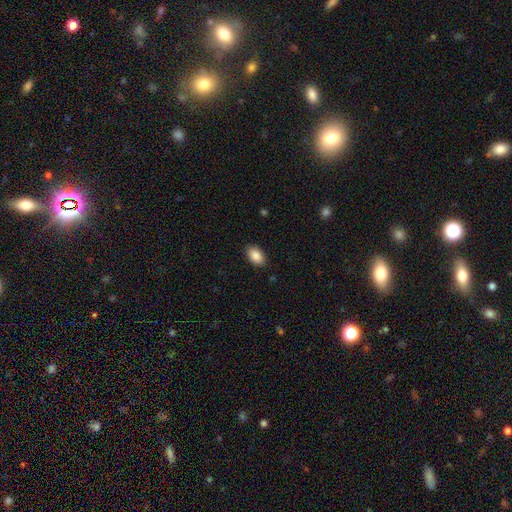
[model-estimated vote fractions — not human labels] smooth-or-featured: smooth: 89% | star or artifact: 7% | featured or disk: 4%
  how-rounded: in between: 92% | round: 7% | cigar-shaped: 1%
  merging: none: 87% | minor disturbance: 9% | major disturbance: 2% | merger: 1%